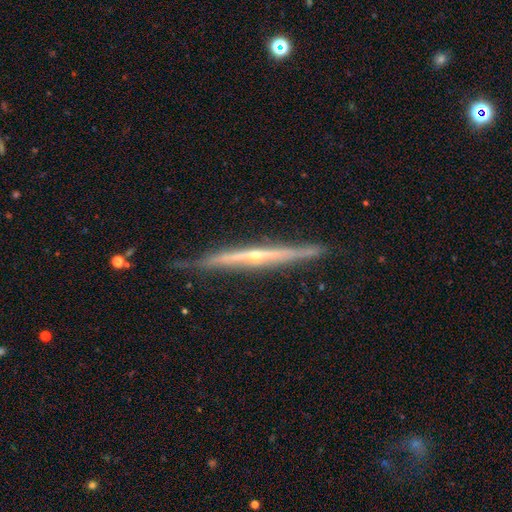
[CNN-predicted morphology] Smooth or featured?
  - featured or disk: 82% *
  - smooth: 12%
  - star or artifact: 6%
Edge-on disk?
  - yes: 97% *
  - no: 3%
Edge-on bulge?
  - rounded: 68% *
  - none: 28%
  - boxy: 3%
Merging?
  - none: 83% *
  - minor disturbance: 13%
  - major disturbance: 2%
  - merger: 1%